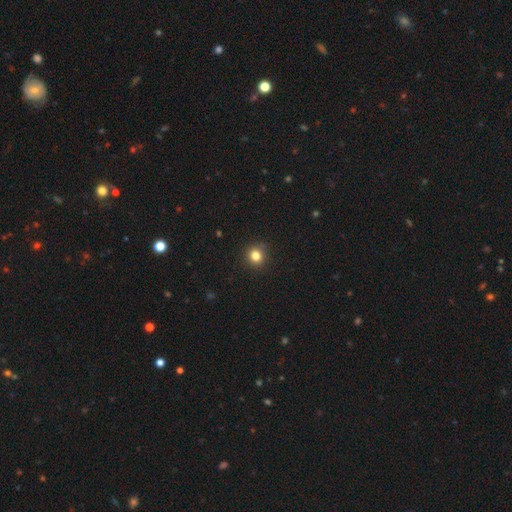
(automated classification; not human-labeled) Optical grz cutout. It shows a smooth galaxy with no disk features (81%) that is round (91%). Merging: none (89%).